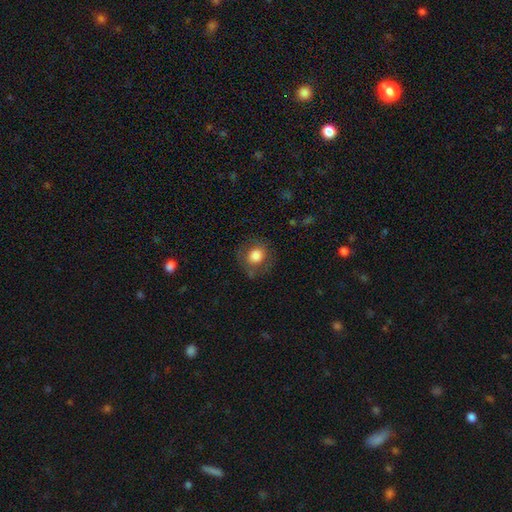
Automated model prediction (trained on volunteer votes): smooth 78%, featured or disk 13%, star or artifact 9%. Down the decision tree: how rounded — round (83%); merging — none (75%).